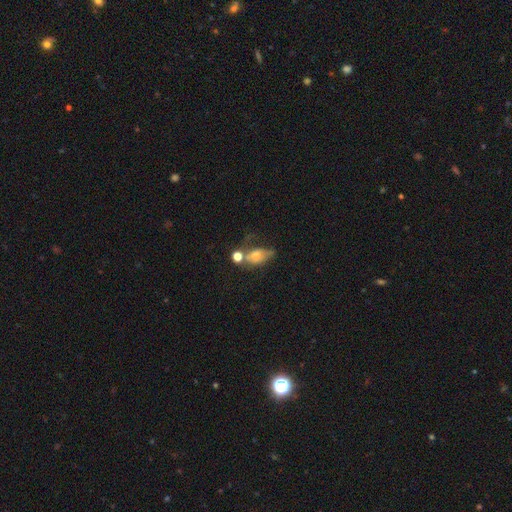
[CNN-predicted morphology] A smooth galaxy with no disk features (57%) that is in between round and cigar-shaped (78%). Merging: major disturbance (32%).